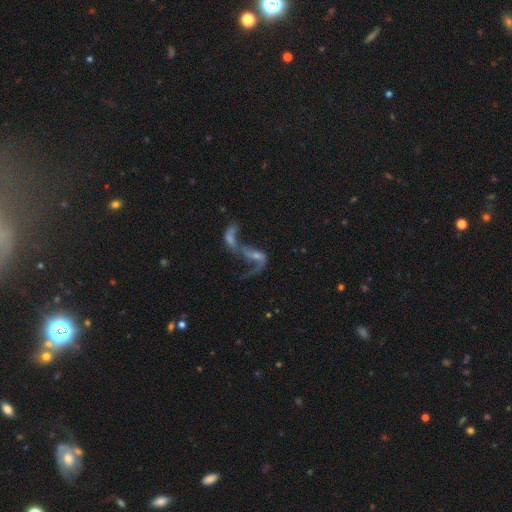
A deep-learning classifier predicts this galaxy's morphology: type=featured or disk (71%); edge-on=no (94%); bar=no (54%); spiral arms=yes (69%); bulge=small (42%); merging=merger (63%).